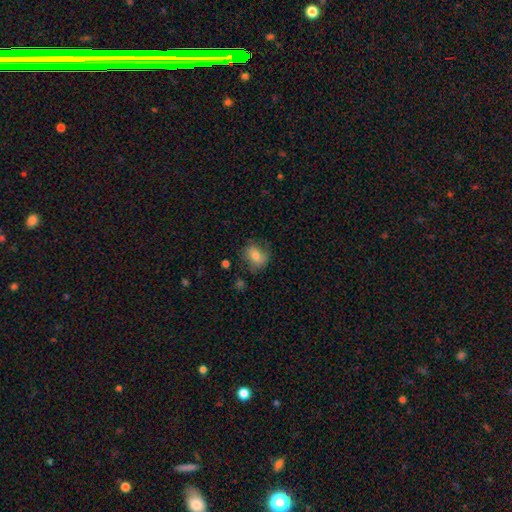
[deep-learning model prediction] A smooth galaxy with no disk features (70%) that is round (60%). Merging: none (69%).